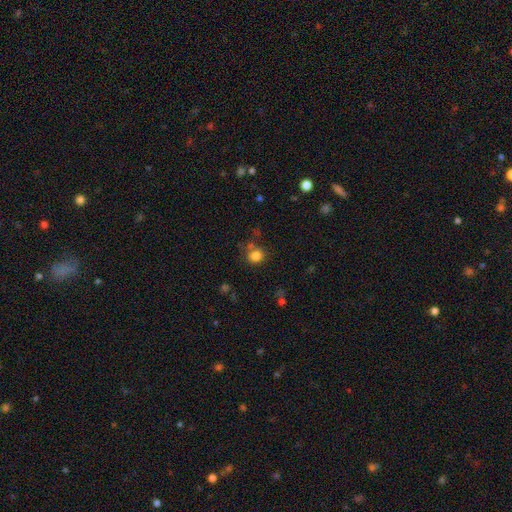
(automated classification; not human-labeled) Smooth or featured?
  - smooth: 81% *
  - star or artifact: 13%
  - featured or disk: 6%
How rounded?
  - round: 81% *
  - in between: 18%
  - cigar-shaped: 1%
Merging?
  - none: 70% *
  - minor disturbance: 14%
  - merger: 10%
  - major disturbance: 6%